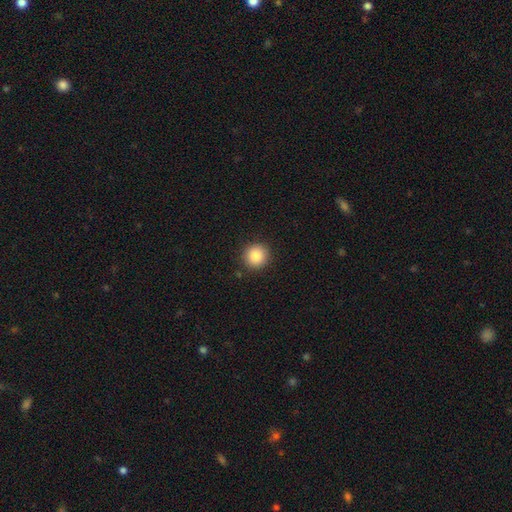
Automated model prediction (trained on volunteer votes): Smooth or featured? smooth (86%)
How rounded? round (94%)
Merging? none (91%)